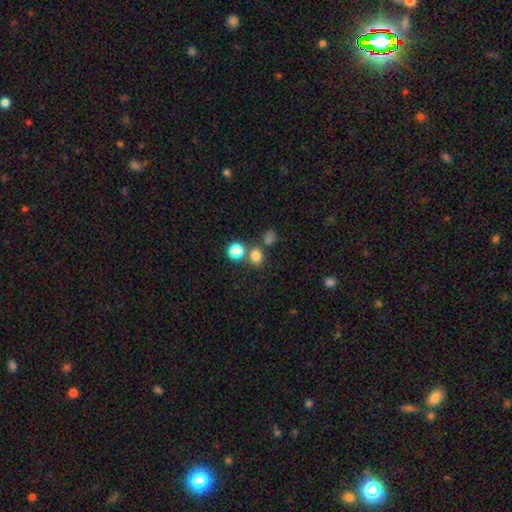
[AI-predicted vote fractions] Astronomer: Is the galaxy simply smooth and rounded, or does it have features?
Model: smooth — 76%.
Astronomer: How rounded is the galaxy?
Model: round — 65%.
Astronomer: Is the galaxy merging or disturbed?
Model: none — 65%.